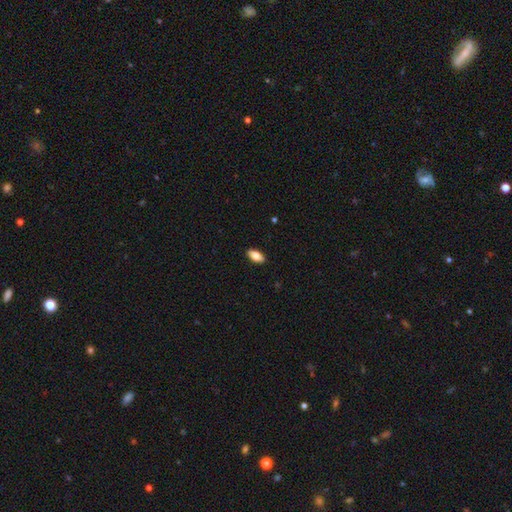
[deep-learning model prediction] This is clearly a smooth galaxy (81%). How rounded: clearly in between (89%). Merging: clearly none (90%).